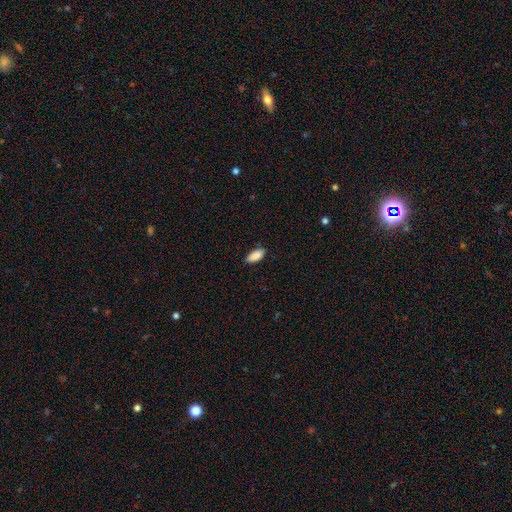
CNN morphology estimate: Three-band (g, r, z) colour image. It shows a smooth galaxy with no disk features (90%) that is in between round and cigar-shaped (87%). Merging: none (85%).